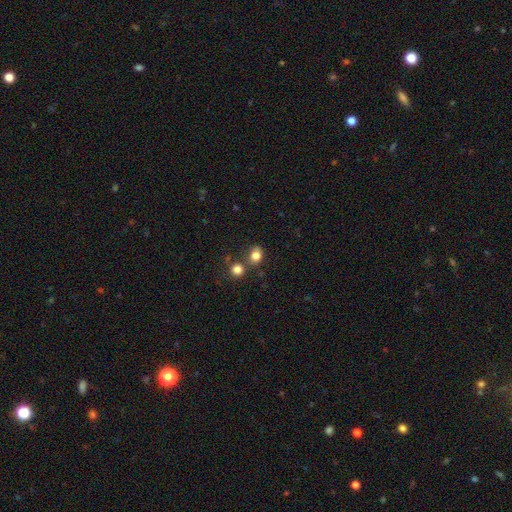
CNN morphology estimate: This is clearly a smooth galaxy (81%). How rounded: likely round (61%). Merging: likely none (64%).